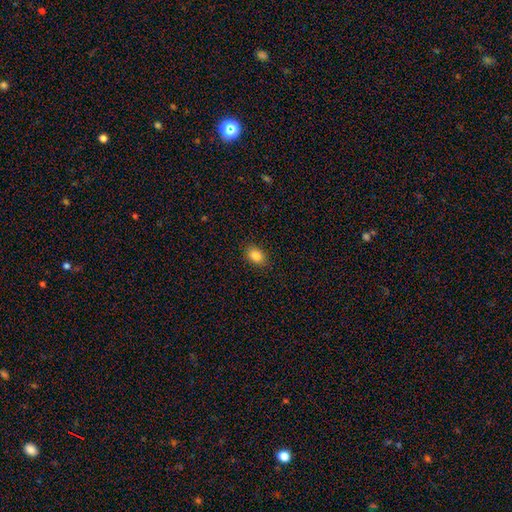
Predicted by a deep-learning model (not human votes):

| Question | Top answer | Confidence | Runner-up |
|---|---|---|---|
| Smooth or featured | smooth | 85% | star or artifact (9%) |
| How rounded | in between | 78% | round (20%) |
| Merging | none | 89% | minor disturbance (8%) |